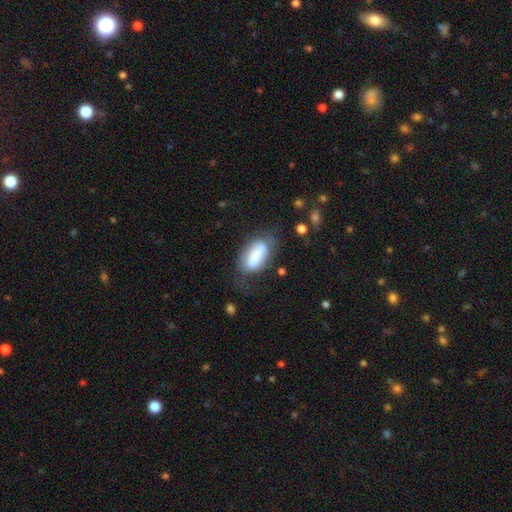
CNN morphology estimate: A smooth galaxy with no disk features (66%) that is in between round and cigar-shaped (81%).

Vote fractions:
- Smooth or featured? smooth: 66% / featured or disk: 27% / star or artifact: 7%
- How rounded? in between: 81% / cigar-shaped: 15% / round: 3%
- Merging? none: 54% / minor disturbance: 26% / major disturbance: 16% / merger: 4%